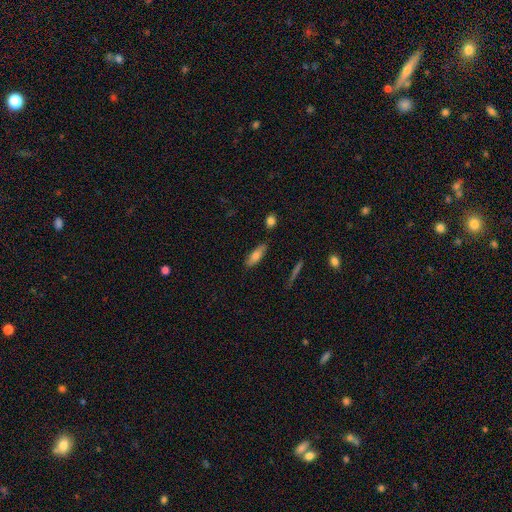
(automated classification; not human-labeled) smooth-or-featured: smooth: 73% | featured or disk: 20% | star or artifact: 7%
  how-rounded: in between: 58% | cigar-shaped: 40% | round: 2%
  merging: none: 82% | minor disturbance: 13% | merger: 3% | major disturbance: 3%